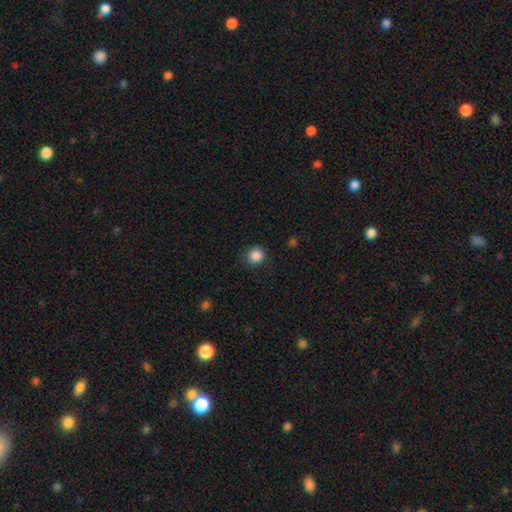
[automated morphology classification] type=smooth (87%); roundness=round (90%); merging=none (84%).